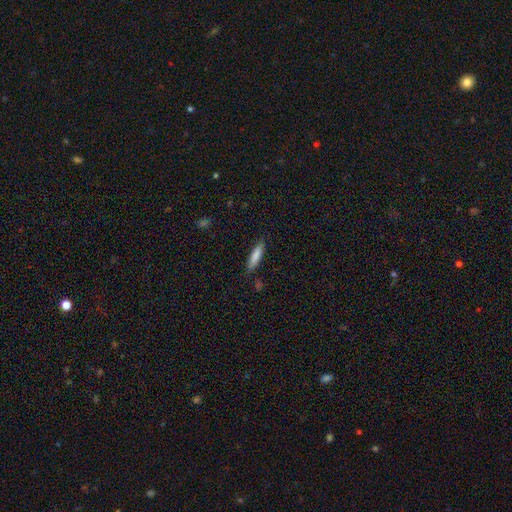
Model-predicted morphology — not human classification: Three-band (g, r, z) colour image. It shows a smooth galaxy with no disk features (83%) that is cigar-shaped (74%). Merging: none (86%).